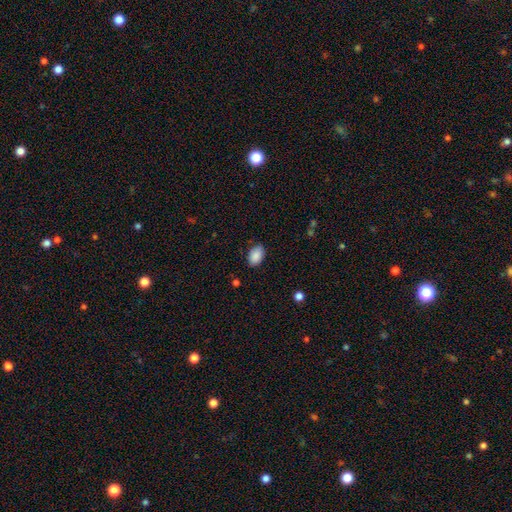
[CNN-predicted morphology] Smooth or featured? Predicted: smooth (p=0.89). How rounded? Predicted: in between (p=0.89). Merging? Predicted: none (p=0.84).